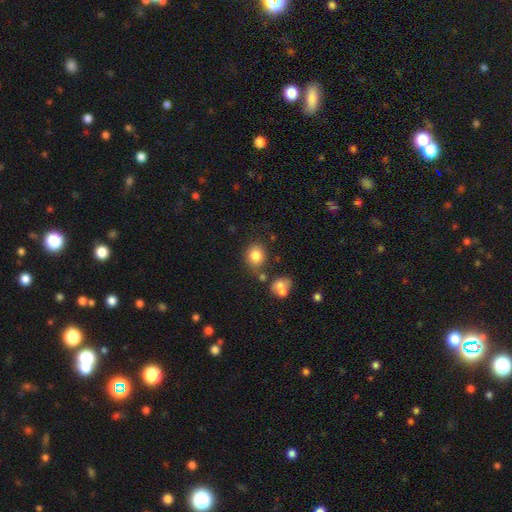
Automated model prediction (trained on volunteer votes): Overall: smooth (82%). How rounded: round (68%; in between 31%). Merging: none (73%).